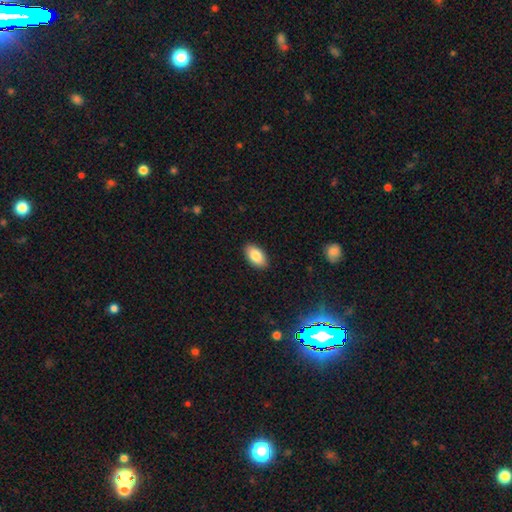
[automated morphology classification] Q: Smooth or featured?
A: smooth (85%); runner-up: featured or disk (8%)
Q: How rounded?
A: in between (94%); runner-up: round (4%)
Q: Merging?
A: none (89%); runner-up: minor disturbance (8%)